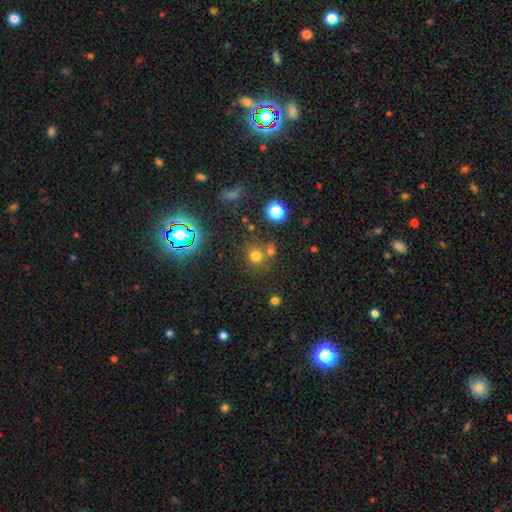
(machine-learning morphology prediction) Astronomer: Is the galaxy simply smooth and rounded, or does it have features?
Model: smooth — 66%.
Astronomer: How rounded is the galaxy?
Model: round — 86%.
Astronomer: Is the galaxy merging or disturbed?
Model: none — 61%.